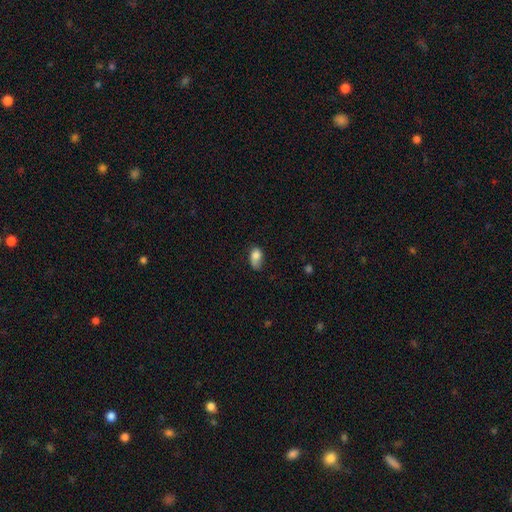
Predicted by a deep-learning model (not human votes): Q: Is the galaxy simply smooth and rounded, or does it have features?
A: smooth — 79%.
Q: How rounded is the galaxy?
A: in between — 87%.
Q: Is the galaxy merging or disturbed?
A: minor disturbance — 39%.